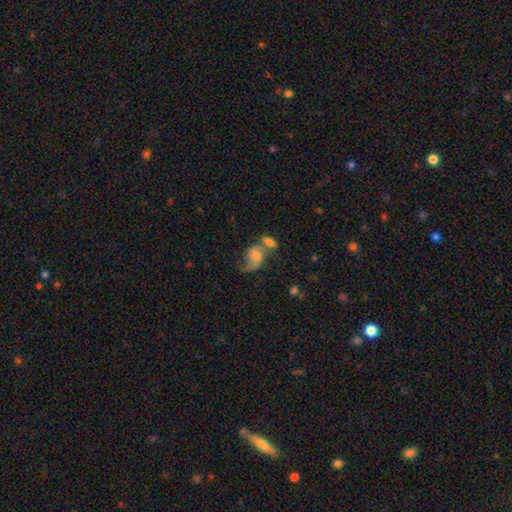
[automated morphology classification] Smooth or featured: featured or disk — 59% (smooth — 32%)
Edge-on disk: no — 96% (yes — 4%)
Bar: no — 67% (weak — 28%)
Spiral arms: yes — 85% (no — 15%)
Bulge size: moderate — 39% (small — 33%)
Merging: merger — 41% (none — 25%)